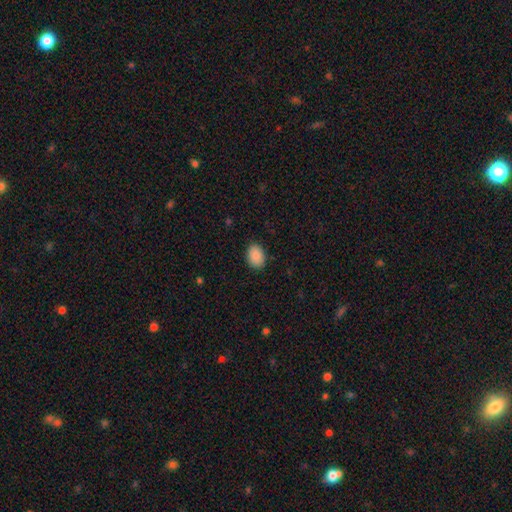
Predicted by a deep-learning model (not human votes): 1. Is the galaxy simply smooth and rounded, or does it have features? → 90% smooth, 7% star or artifact, 3% featured or disk.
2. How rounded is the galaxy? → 75% in between, 24% round, 1% cigar-shaped.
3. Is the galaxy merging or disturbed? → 87% none, 10% minor disturbance, 2% major disturbance, 1% merger.